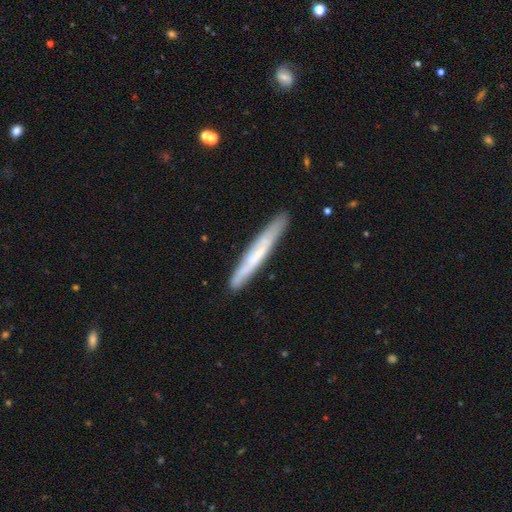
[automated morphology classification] Smooth or featured: smooth — 47% (tied with featured or disk — 47%)
Merging: none — 86% (minor disturbance — 10%)